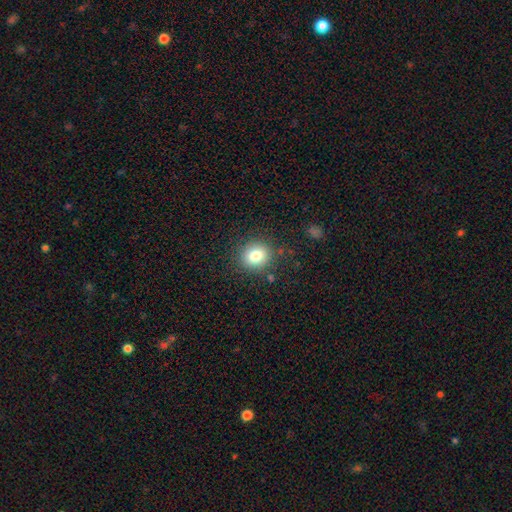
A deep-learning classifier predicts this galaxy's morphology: Smooth or featured? smooth (80%)
How rounded? round (78%)
Merging? none (86%)